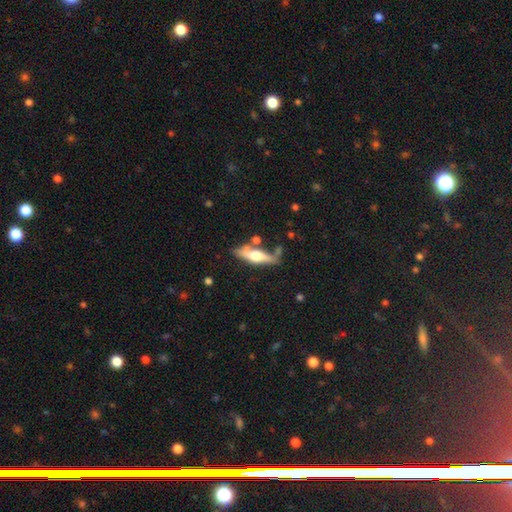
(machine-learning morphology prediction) Smooth or featured: featured or disk — 55% (smooth — 39%)
Edge-on disk: yes — 87% (no — 13%)
Merging: none — 60% (minor disturbance — 20%)